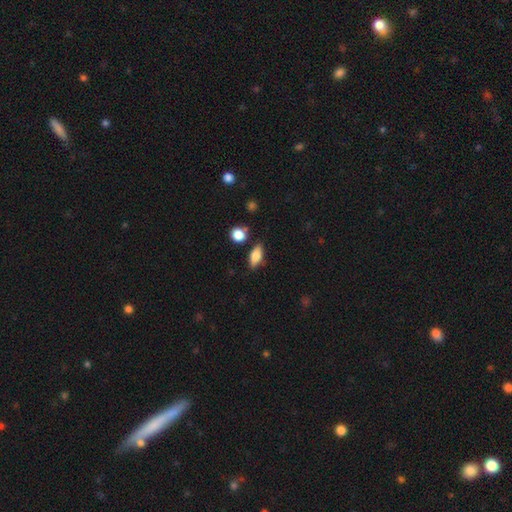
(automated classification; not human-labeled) Smooth or featured? smooth (78%)
How rounded? in between (80%)
Merging? none (79%)